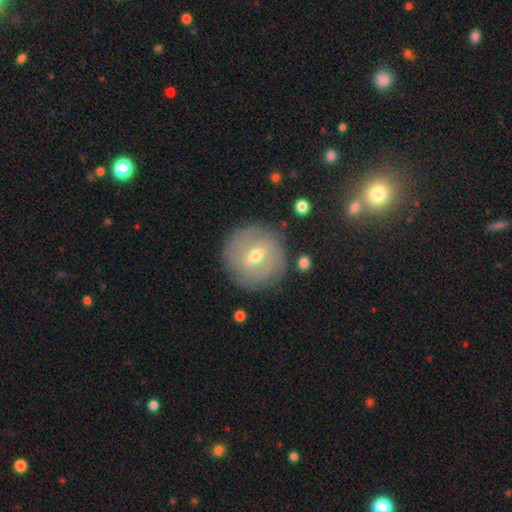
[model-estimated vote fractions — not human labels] featured or disk 69%, smooth 24%, star or artifact 7%. Down the decision tree: edge-on disk — no (94%); bar — weak (60%); spiral arms — yes (72%); bulge size — moderate (69%); merging — none (81%).